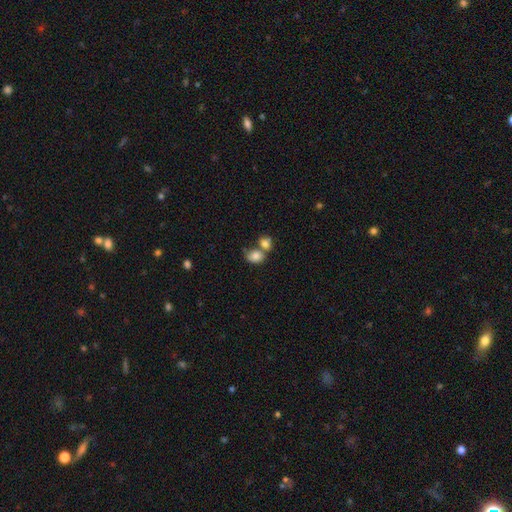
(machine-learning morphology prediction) smooth-or-featured: smooth: 81% | featured or disk: 10% | star or artifact: 9%
  how-rounded: in between: 65% | round: 34% | cigar-shaped: 1%
  merging: merger: 51% | none: 31% | minor disturbance: 12% | major disturbance: 5%